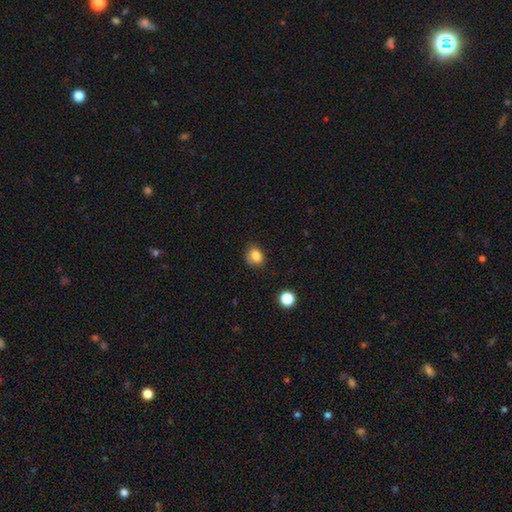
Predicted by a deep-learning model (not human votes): Smooth or featured: smooth — 83% (star or artifact — 11%)
How rounded: round — 57% (in between — 42%)
Merging: none — 74% (minor disturbance — 20%)